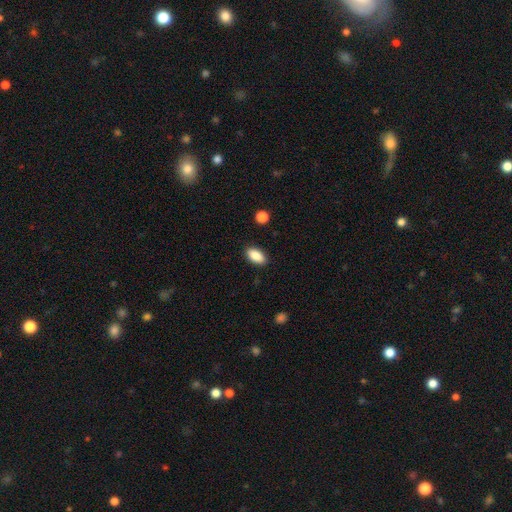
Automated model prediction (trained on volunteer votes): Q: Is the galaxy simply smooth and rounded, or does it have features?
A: smooth — 88%.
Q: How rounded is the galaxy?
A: in between — 92%.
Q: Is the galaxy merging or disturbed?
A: none — 89%.